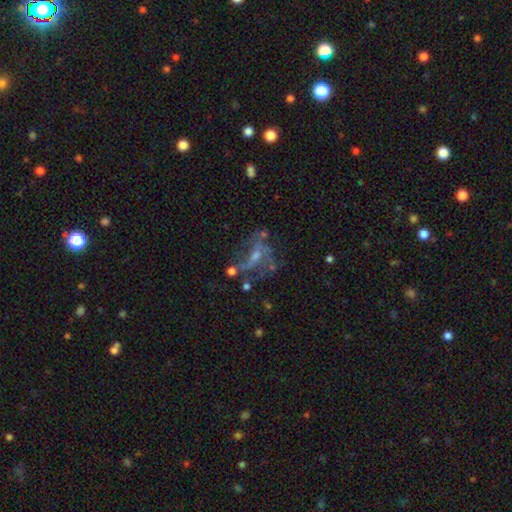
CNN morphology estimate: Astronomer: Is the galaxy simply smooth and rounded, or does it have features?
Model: featured or disk — 73%.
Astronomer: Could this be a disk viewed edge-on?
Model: no — 96%.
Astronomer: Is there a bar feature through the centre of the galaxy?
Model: no — 44% (runner-up: weak, 41%).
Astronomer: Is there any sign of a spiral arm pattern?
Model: yes — 75%.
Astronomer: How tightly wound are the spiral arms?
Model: loose — 51% (runner-up: medium, 36%).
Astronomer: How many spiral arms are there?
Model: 2 — 43% (runner-up: can't tell, 22%).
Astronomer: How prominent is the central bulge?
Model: small — 49% (runner-up: moderate, 37%).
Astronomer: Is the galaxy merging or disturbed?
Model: none — 45% (runner-up: major disturbance, 27%).